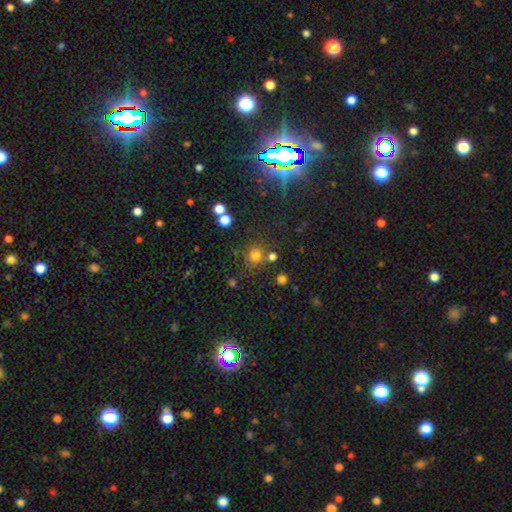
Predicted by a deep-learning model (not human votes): Smooth or featured: smooth — 73% (star or artifact — 19%)
How rounded: round — 78% (in between — 21%)
Merging: none — 69% (merger — 13%)